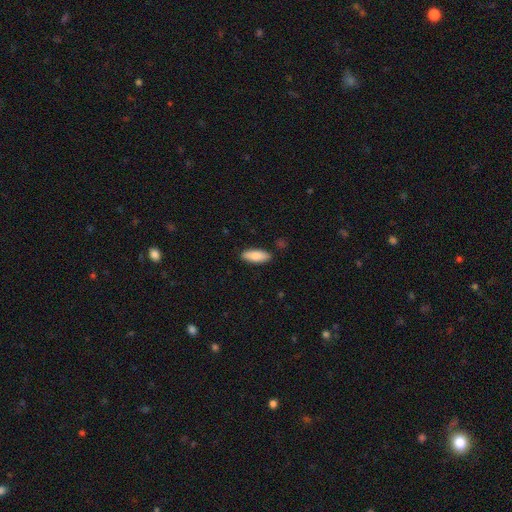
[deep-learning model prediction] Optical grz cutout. It shows a smooth galaxy with no disk features (86%) that is in between round and cigar-shaped (74%). Merging: none (87%).